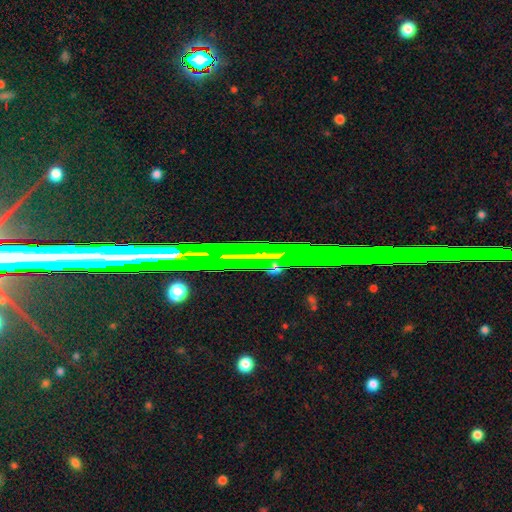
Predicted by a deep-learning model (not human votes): Smooth or featured: star or artifact — 67% (featured or disk — 22%)